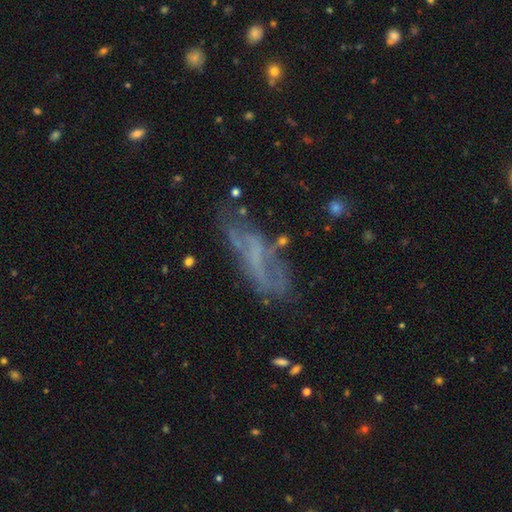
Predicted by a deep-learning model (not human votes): smooth-or-featured: featured or disk: 57% | smooth: 29% | star or artifact: 14%
  disk-edge-on: no: 78% | yes: 22%
  merging: none: 49% | minor disturbance: 24% | major disturbance: 21% | merger: 6%